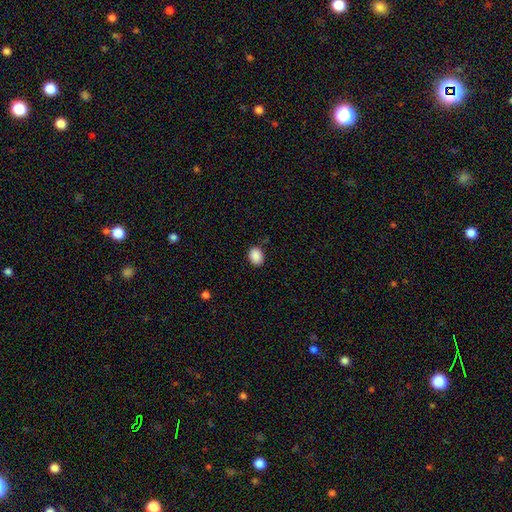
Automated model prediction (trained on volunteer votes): Smooth or featured? Predicted: smooth (p=0.89). How rounded? Predicted: in between (p=0.53). Merging? Predicted: none (p=0.85).